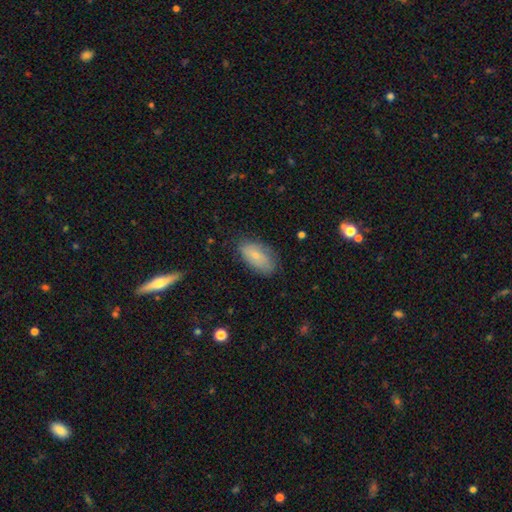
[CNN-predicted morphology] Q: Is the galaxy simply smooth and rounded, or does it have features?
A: smooth — 68%.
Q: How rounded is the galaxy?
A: in between — 92%.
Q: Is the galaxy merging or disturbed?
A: none — 73%.